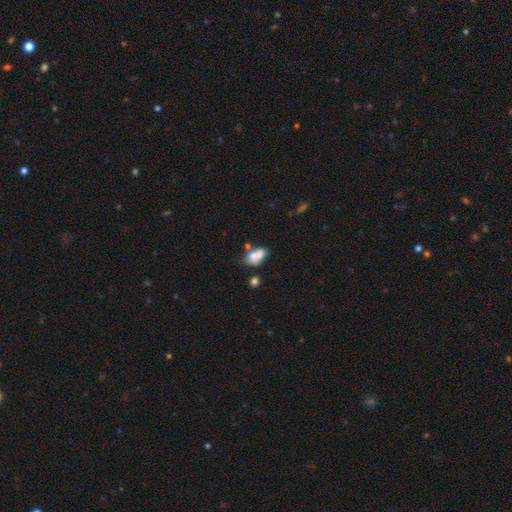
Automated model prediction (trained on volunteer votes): smooth-or-featured: smooth: 65% | featured or disk: 26% | star or artifact: 10%
  how-rounded: in between: 78% | round: 19% | cigar-shaped: 3%
  merging: merger: 49% | none: 27% | minor disturbance: 16% | major disturbance: 9%